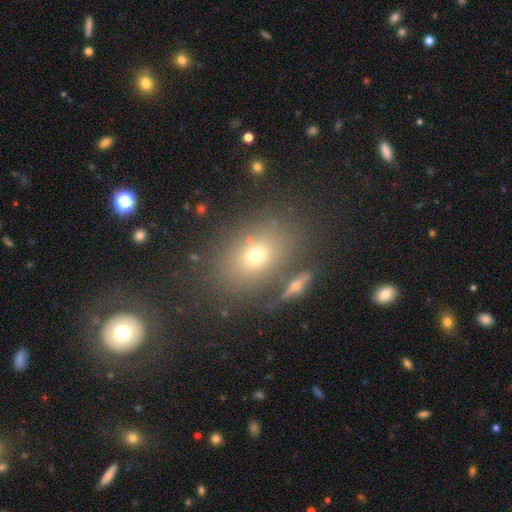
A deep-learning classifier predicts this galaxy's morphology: This is likely a smooth galaxy (67%). How rounded: likely in between (66%). Merging: likely none (75%).